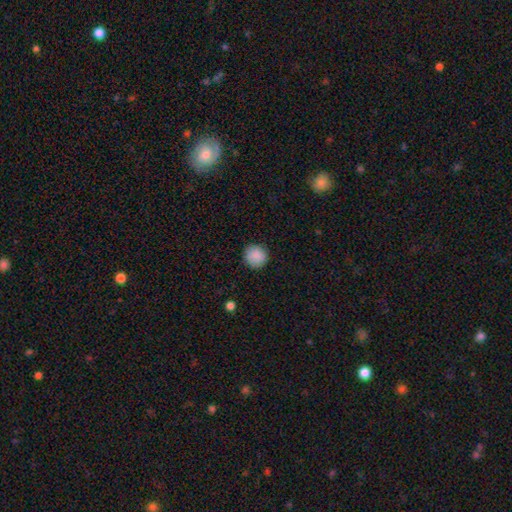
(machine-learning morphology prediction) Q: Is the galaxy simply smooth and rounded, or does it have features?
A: smooth — 89%.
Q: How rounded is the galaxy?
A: round — 93%.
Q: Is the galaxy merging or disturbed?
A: none — 89%.